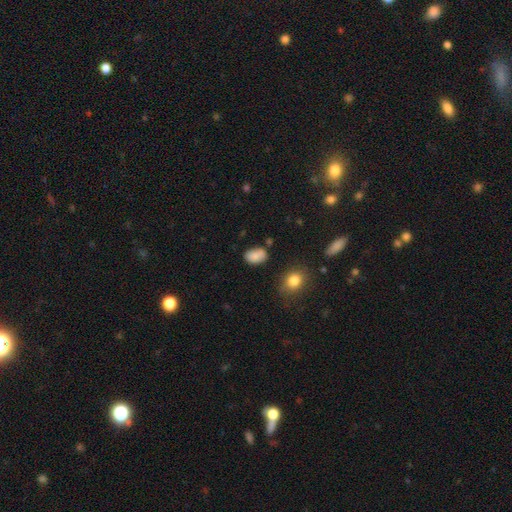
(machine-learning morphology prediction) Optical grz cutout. It shows a smooth galaxy with no disk features (84%) that is in between round and cigar-shaped (86%). Merging: none (70%).